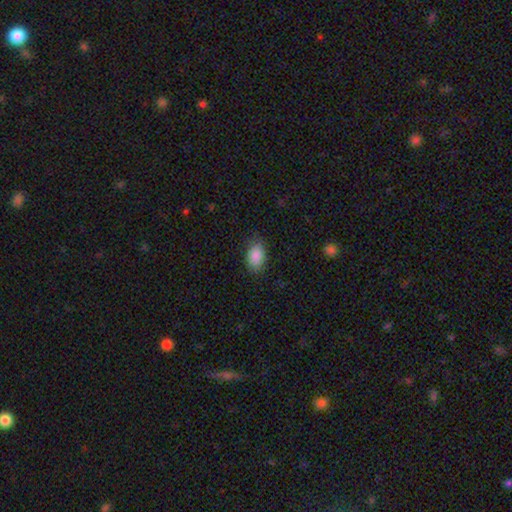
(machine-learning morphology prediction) Q: Smooth or featured?
A: smooth (88%); runner-up: star or artifact (7%)
Q: How rounded?
A: in between (88%); runner-up: round (11%)
Q: Merging?
A: none (79%); runner-up: minor disturbance (17%)